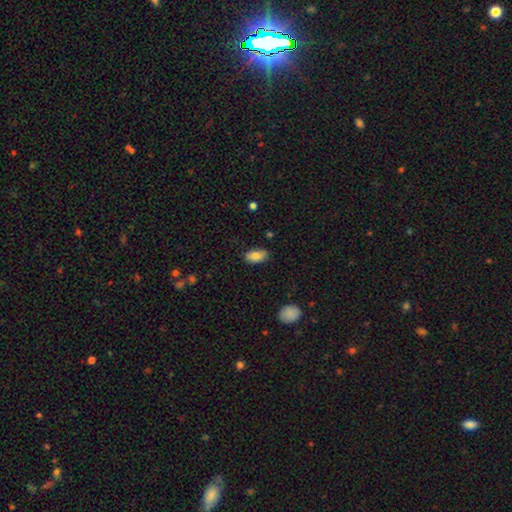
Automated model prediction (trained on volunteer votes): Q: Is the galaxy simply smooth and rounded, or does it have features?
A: smooth — 83%.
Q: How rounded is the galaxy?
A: in between — 93%.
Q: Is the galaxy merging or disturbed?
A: none — 81%.